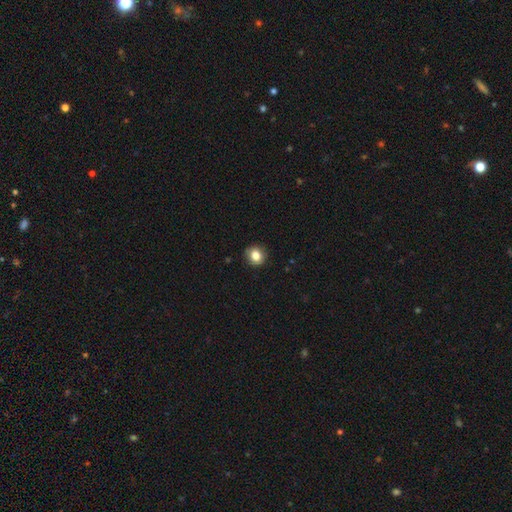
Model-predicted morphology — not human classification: Smooth or featured?
  - smooth: 84% *
  - star or artifact: 10%
  - featured or disk: 7%
How rounded?
  - round: 84% *
  - in between: 15%
  - cigar-shaped: 1%
Merging?
  - none: 89% *
  - minor disturbance: 9%
  - major disturbance: 2%
  - merger: 1%